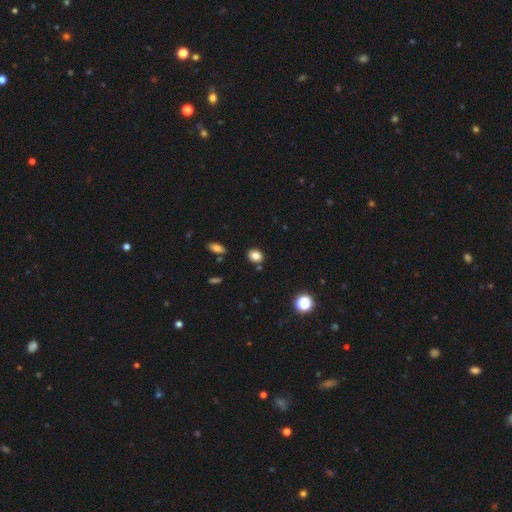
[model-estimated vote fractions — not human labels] Smooth or featured: smooth — 82% (star or artifact — 12%)
How rounded: round — 51% (in between — 48%)
Merging: none — 83% (minor disturbance — 10%)